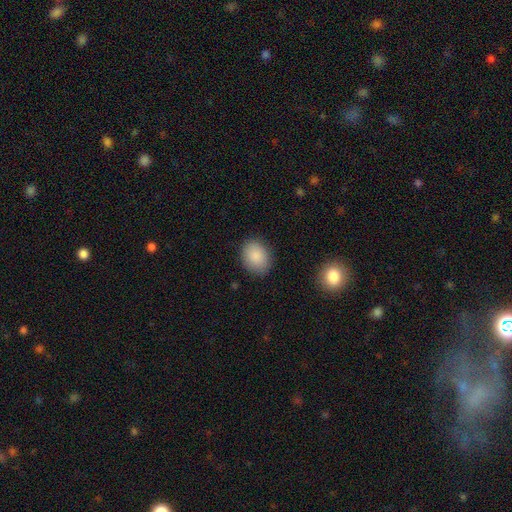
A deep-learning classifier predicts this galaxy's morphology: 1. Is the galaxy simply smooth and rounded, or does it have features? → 88% smooth, 7% star or artifact, 5% featured or disk.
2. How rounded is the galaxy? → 66% in between, 33% round, 1% cigar-shaped.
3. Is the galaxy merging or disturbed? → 86% none, 10% minor disturbance, 3% major disturbance, 1% merger.